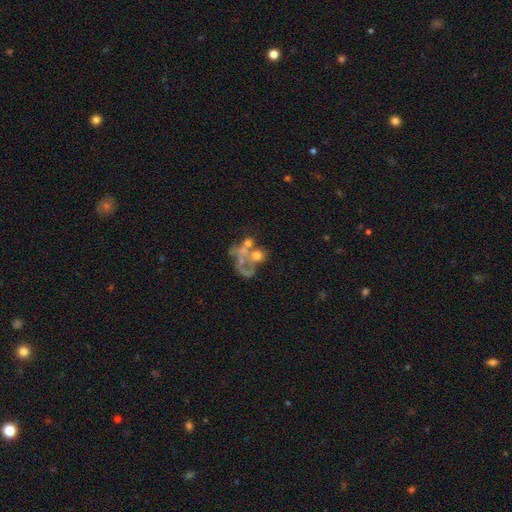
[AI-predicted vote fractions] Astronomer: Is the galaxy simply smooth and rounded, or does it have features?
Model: featured or disk — 53% (runner-up: smooth, 30%).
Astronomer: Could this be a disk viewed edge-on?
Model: no — 98%.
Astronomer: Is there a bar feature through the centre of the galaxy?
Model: no — 93%.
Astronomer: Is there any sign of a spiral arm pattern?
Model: no — 90%.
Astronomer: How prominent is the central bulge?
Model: none — 62%.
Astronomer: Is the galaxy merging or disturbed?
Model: merger — 38% (runner-up: major disturbance, 27%).